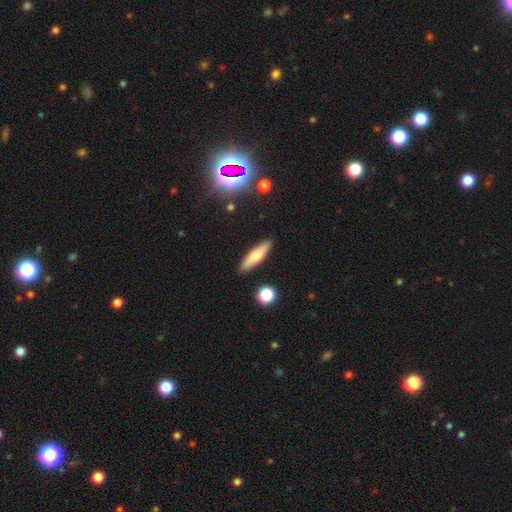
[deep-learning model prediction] The model was most divided on "smooth or featured": smooth: 68%, featured or disk: 25%, star or artifact: 7%. More confident: merging — none (88%); how rounded — cigar-shaped (73%).